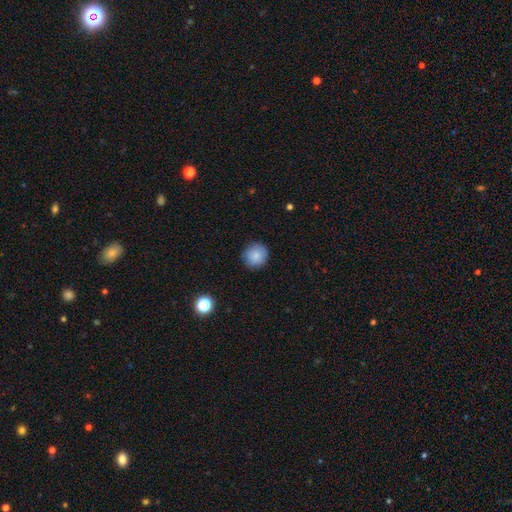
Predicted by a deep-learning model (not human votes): The model was most divided on "smooth or featured": smooth: 84%, star or artifact: 9%, featured or disk: 7%. More confident: how rounded — round (92%); merging — none (87%).